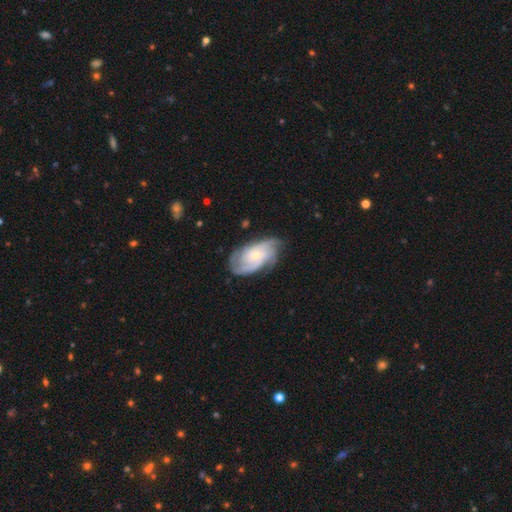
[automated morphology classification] Smooth or featured?
  - featured or disk: 84% *
  - smooth: 10%
  - star or artifact: 5%
Edge-on disk?
  - no: 96% *
  - yes: 4%
Bar?
  - no: 73% *
  - weak: 22%
  - strong: 4%
Spiral arms?
  - yes: 96% *
  - no: 4%
Spiral winding?
  - tight: 54% *
  - medium: 37%
  - loose: 9%
Spiral arm count?
  - 3: 34% *
  - can't tell: 21%
  - 2: 20%
  - 4: 16%
  - more than 4: 5%
  - 1: 5%
Bulge size?
  - small: 66% *
  - moderate: 31%
  - large: 1%
  - none: 1%
  - dominant: 1%
Merging?
  - none: 72% *
  - minor disturbance: 20%
  - major disturbance: 7%
  - merger: 1%